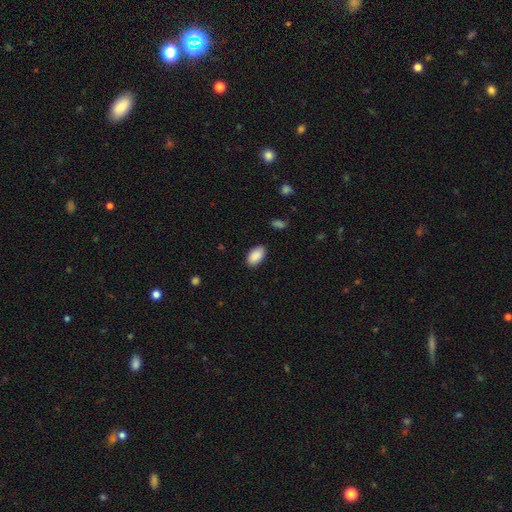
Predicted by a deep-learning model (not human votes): Q: Smooth or featured?
A: smooth (90%); runner-up: star or artifact (7%)
Q: How rounded?
A: in between (94%); runner-up: round (4%)
Q: Merging?
A: none (87%); runner-up: minor disturbance (9%)